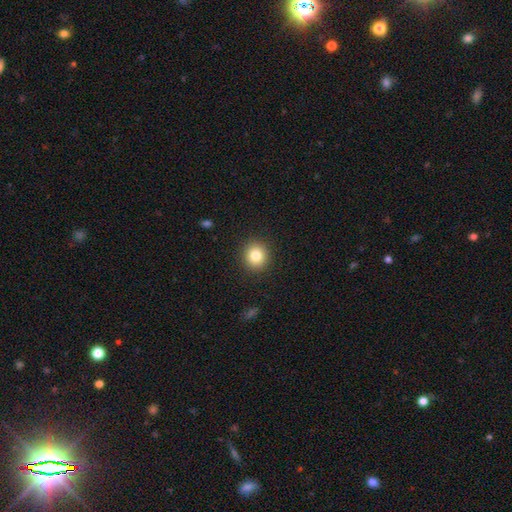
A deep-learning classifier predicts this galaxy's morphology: A smooth galaxy with no disk features (82%) that is round (86%).

Vote fractions:
- Smooth or featured? smooth: 82% / star or artifact: 10% / featured or disk: 8%
- How rounded? round: 86% / in between: 13% / cigar-shaped: 1%
- Merging? none: 91% / minor disturbance: 6% / major disturbance: 2% / merger: 1%